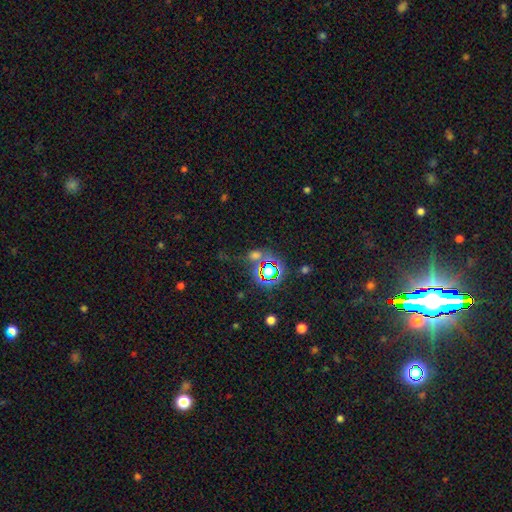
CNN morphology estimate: type=star or artifact (53%).